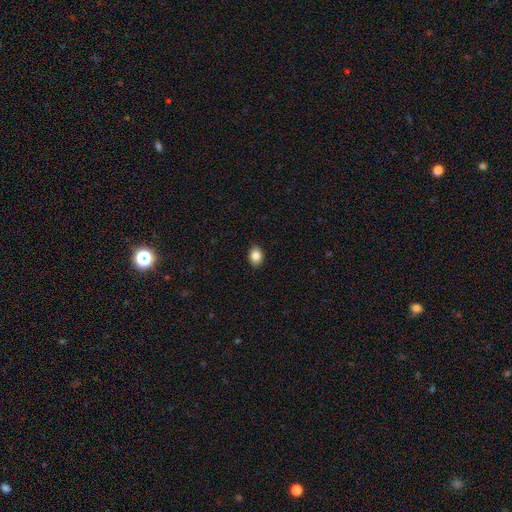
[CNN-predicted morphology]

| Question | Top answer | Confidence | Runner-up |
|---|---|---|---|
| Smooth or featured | smooth | 85% | star or artifact (9%) |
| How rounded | in between | 67% | round (32%) |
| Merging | none | 88% | minor disturbance (9%) |